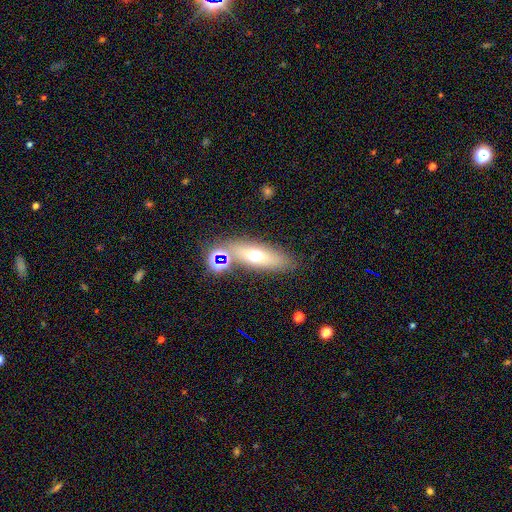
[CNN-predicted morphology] A smooth galaxy with no disk features (56%) that is in between round and cigar-shaped (51%). Merging: none (76%).